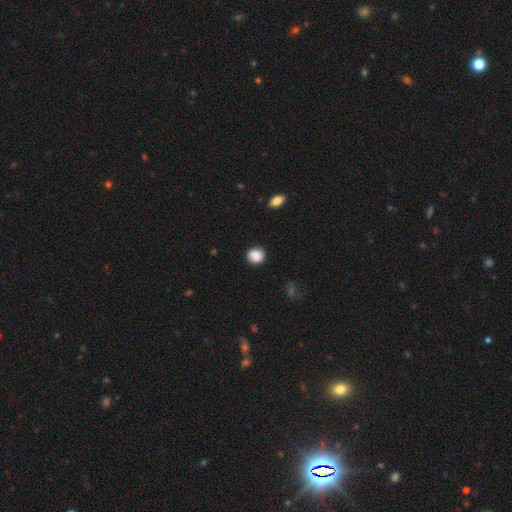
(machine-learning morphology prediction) Q: Smooth or featured?
A: smooth (88%); runner-up: star or artifact (8%)
Q: How rounded?
A: round (89%); runner-up: in between (10%)
Q: Merging?
A: none (86%); runner-up: minor disturbance (10%)